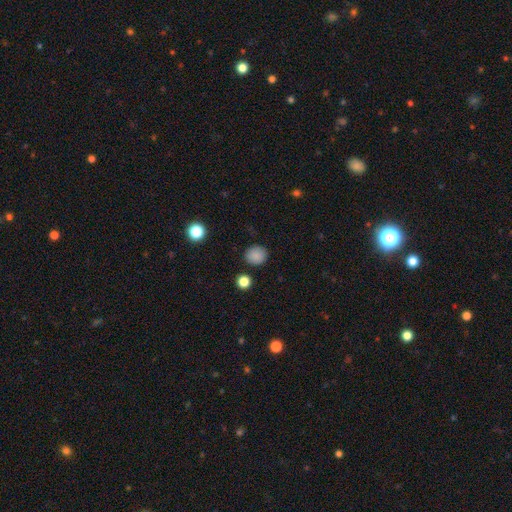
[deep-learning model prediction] A smooth galaxy with no disk features (86%) that is round (82%). Merging: none (87%).